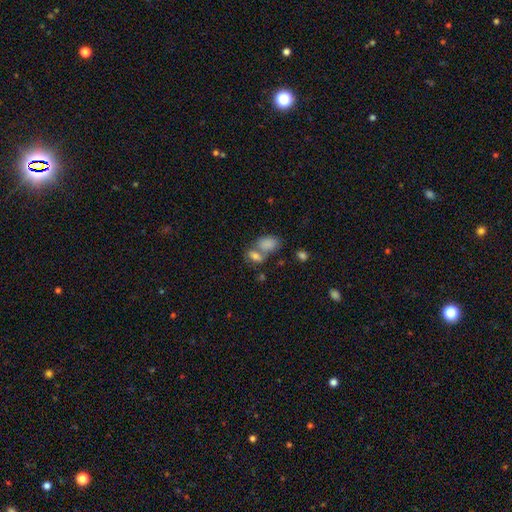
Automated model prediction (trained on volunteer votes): The model was most divided on "merging": merger: 55%, none: 30%, minor disturbance: 10%, major disturbance: 5%. More confident: how rounded — in between (86%); smooth or featured — smooth (77%).